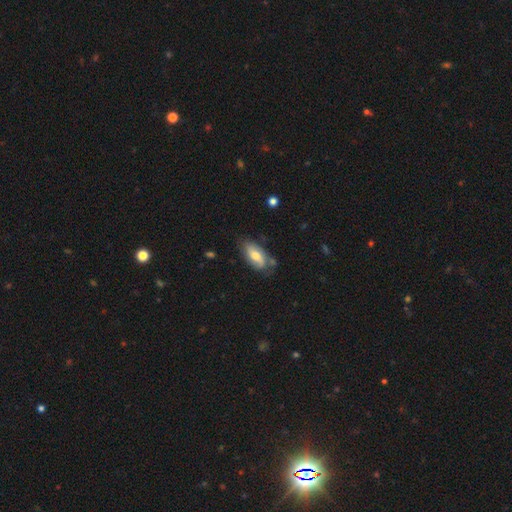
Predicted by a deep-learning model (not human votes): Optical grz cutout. It shows a smooth galaxy with no disk features (52%) that is in between round and cigar-shaped (89%). Merging: none (61%).